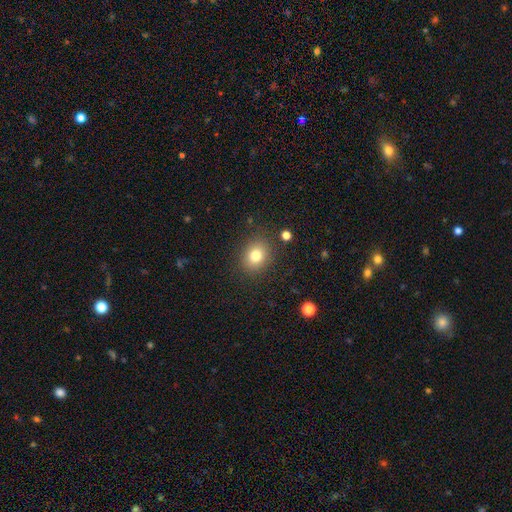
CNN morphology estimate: type=smooth (79%); roundness=round (67%); merging=none (86%).